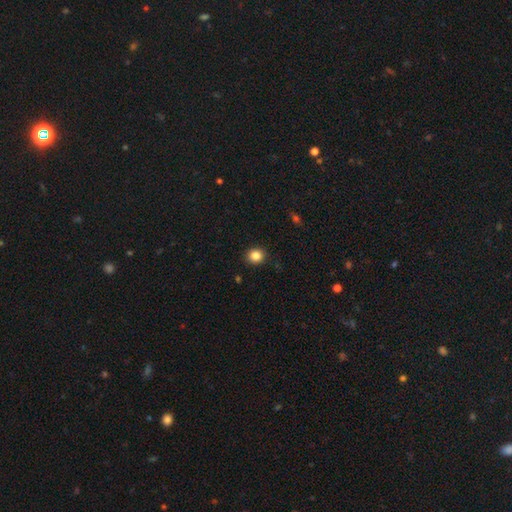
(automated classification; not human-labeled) A smooth galaxy with no disk features (85%) that is round (84%). Merging: none (91%).